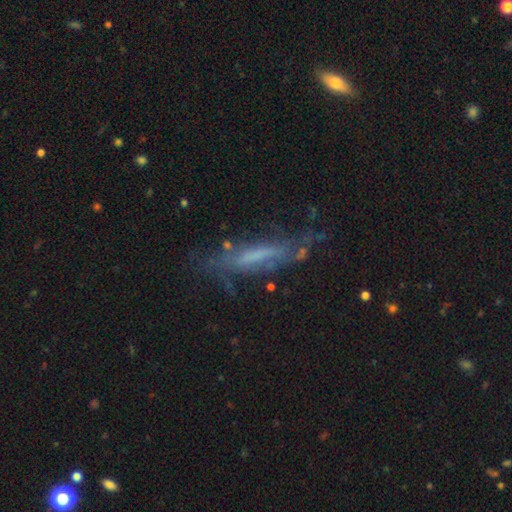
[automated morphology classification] Smooth or featured? featured or disk (56%)
Edge-on disk? yes (60%)
Merging? none (59%)